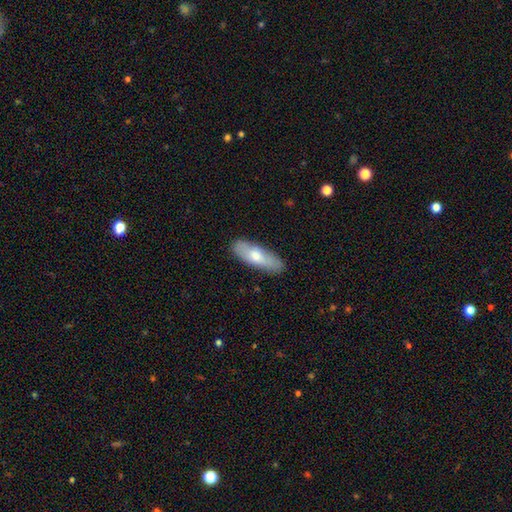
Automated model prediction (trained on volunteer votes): smooth 67%, featured or disk 27%, star or artifact 6%. Down the decision tree: how rounded — in between (57%); merging — none (86%).